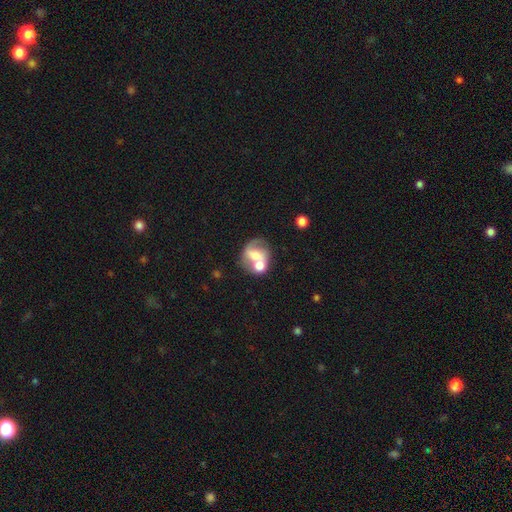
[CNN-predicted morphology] Smooth or featured? Predicted: smooth (p=0.46). Merging? Predicted: merger (p=0.43).